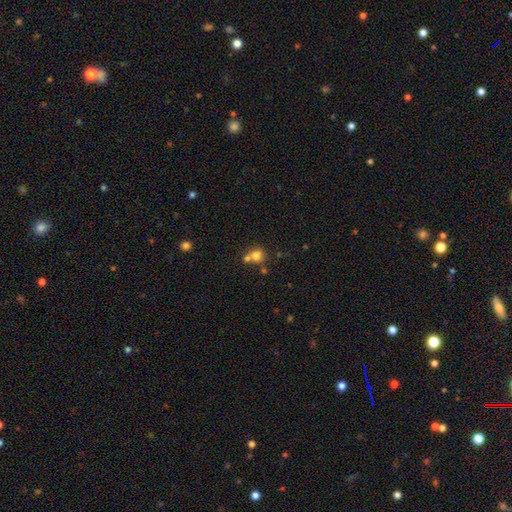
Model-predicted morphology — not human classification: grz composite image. It shows a smooth galaxy with no disk features (75%) that is round (82%). Merging: merger (44%, tied with none).